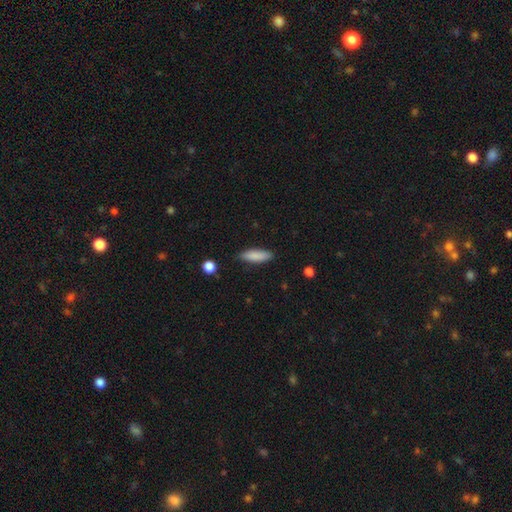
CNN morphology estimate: This is clearly a smooth galaxy (86%). How rounded: possibly cigar-shaped (52%). Merging: clearly none (84%).